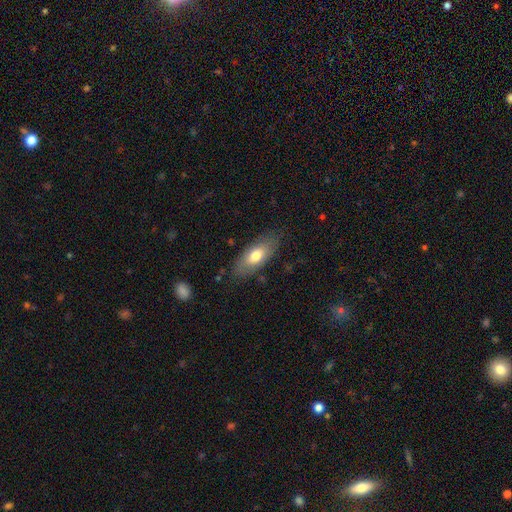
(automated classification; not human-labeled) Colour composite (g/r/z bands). It shows a smooth galaxy with no disk features (70%) that is in between round and cigar-shaped (83%). Merging: none (80%).